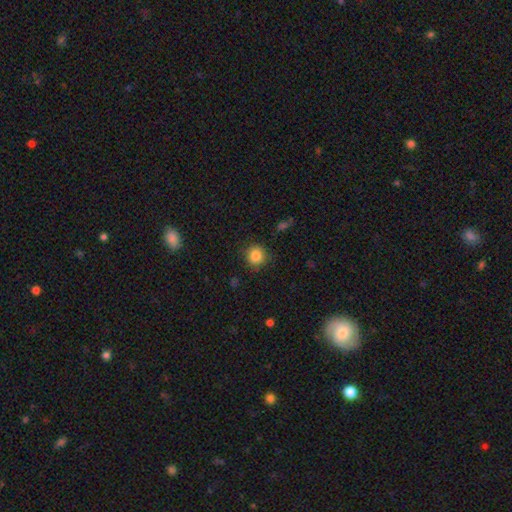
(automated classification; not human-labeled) A smooth galaxy with no disk features (84%) that is round (92%). Merging: none (89%).